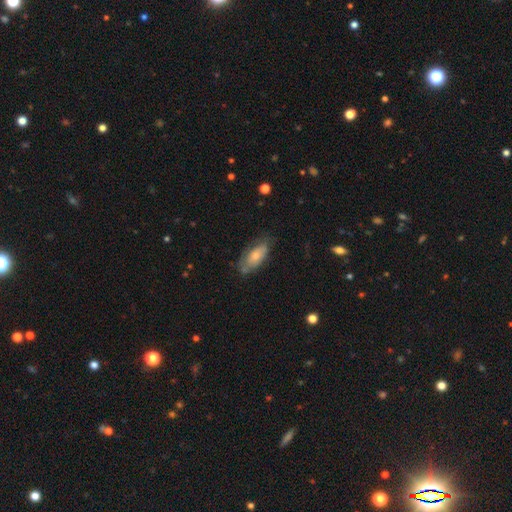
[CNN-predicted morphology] type=smooth (64%); roundness=in between (86%); merging=none (61%).